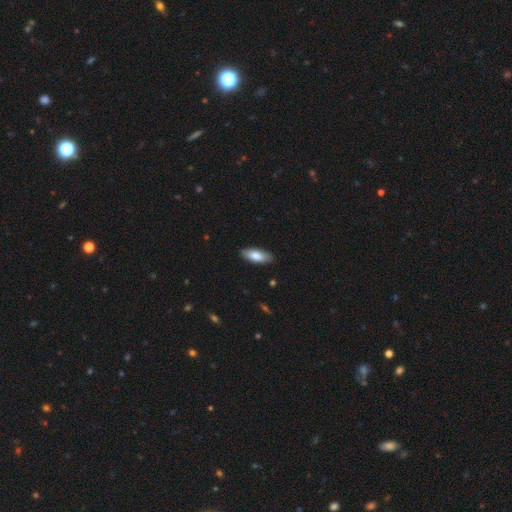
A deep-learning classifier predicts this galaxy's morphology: Smooth or featured: smooth — 80% (featured or disk — 14%)
How rounded: in between — 78% (cigar-shaped — 20%)
Merging: none — 88% (minor disturbance — 10%)